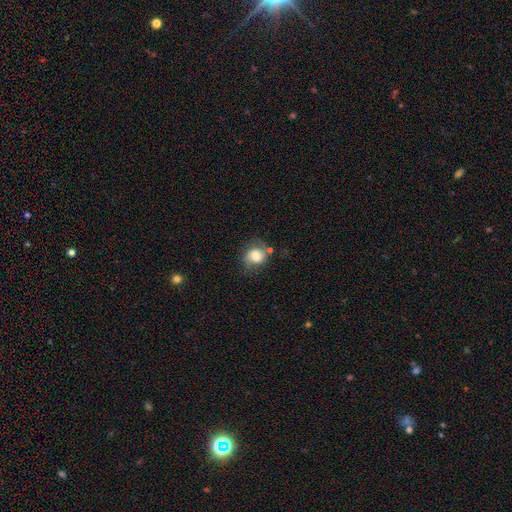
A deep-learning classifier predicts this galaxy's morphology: smooth-or-featured: smooth: 57% | featured or disk: 33% | star or artifact: 10%
  how-rounded: round: 63% | in between: 36% | cigar-shaped: 1%
  merging: none: 57% | minor disturbance: 25% | major disturbance: 11% | merger: 6%